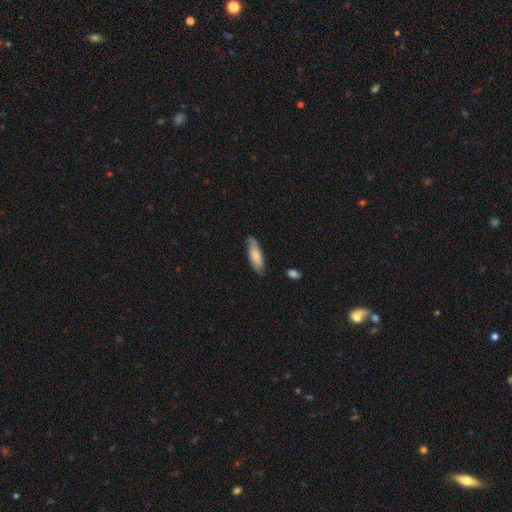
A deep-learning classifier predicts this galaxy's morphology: This is likely a smooth galaxy (76%). How rounded: possibly in between (54%). Merging: likely none (74%).